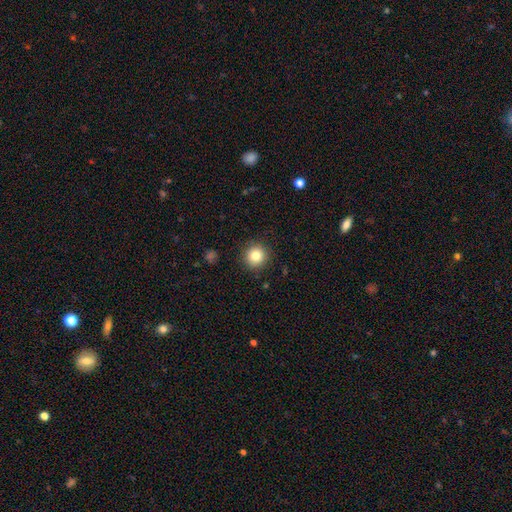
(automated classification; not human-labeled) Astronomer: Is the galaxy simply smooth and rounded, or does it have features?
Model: smooth — 83%.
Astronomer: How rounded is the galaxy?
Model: round — 94%.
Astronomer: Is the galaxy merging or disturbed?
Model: none — 90%.